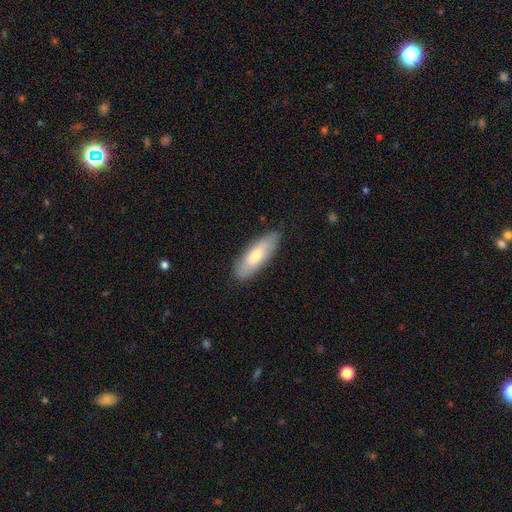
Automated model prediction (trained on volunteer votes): Smooth or featured: smooth — 68% (featured or disk — 26%)
How rounded: in between — 58% (cigar-shaped — 40%)
Merging: none — 85% (minor disturbance — 12%)